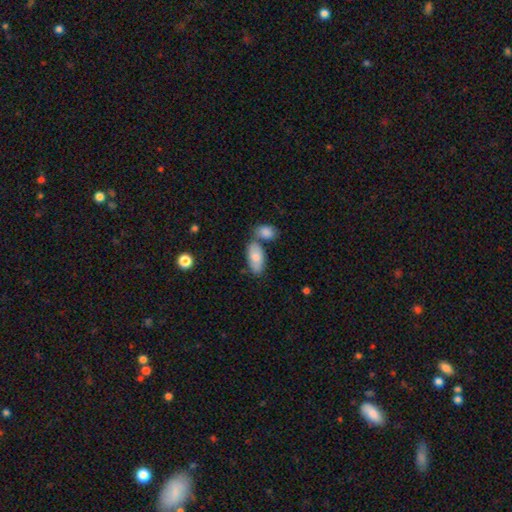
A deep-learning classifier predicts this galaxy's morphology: smooth_or_featured: smooth (p=0.77) [alt: featured or disk p=0.17]
how_rounded: in between (p=0.90) [alt: cigar-shaped p=0.07]
merging: none (p=0.56) [alt: merger p=0.26]